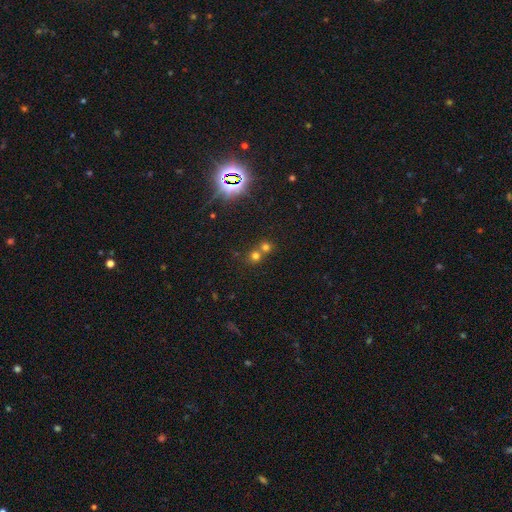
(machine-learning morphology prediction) This appears to be a smooth galaxy with no disk features (63%) that is round (88%). Merging: merger (48%).